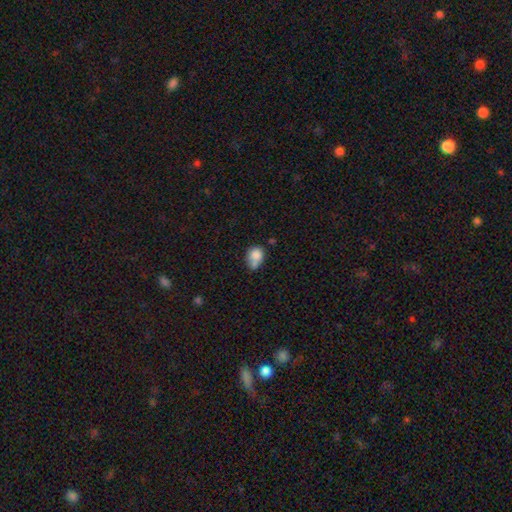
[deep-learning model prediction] Q: Smooth or featured?
A: smooth (80%); runner-up: featured or disk (10%)
Q: How rounded?
A: round (60%); runner-up: in between (39%)
Q: Merging?
A: merger (40%); runner-up: none (36%)